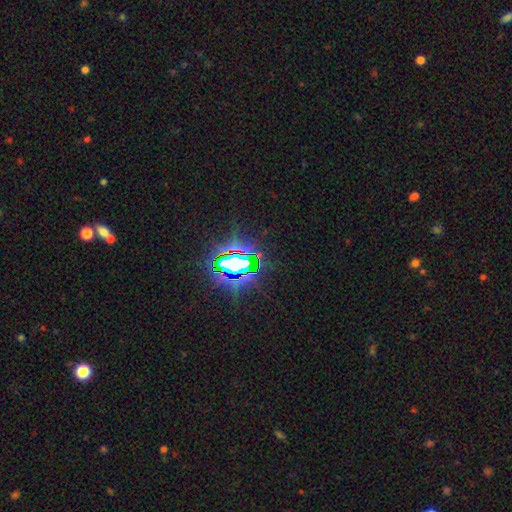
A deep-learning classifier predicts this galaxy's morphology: A star or artifact, not a galaxy (79%).